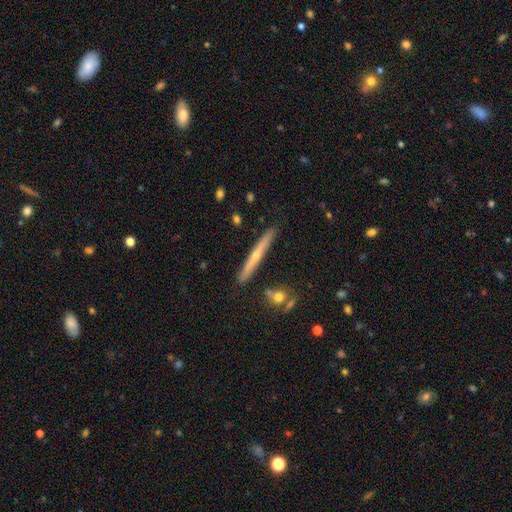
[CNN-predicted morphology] type=featured or disk (62%); edge-on=yes (96%); edge-on bulge=rounded (72%); merging=none (88%).